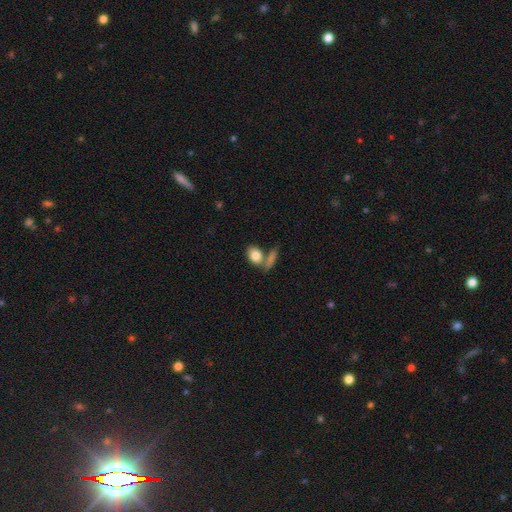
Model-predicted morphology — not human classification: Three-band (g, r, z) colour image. It shows a smooth galaxy with no disk features (83%) that is in between round and cigar-shaped (77%). Merging: none (50%).